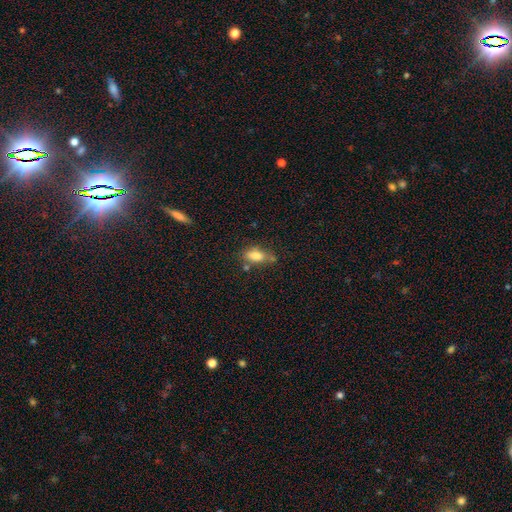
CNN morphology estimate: Q: Smooth or featured?
A: smooth (78%); runner-up: featured or disk (12%)
Q: How rounded?
A: in between (79%); runner-up: cigar-shaped (15%)
Q: Merging?
A: none (57%); runner-up: minor disturbance (23%)